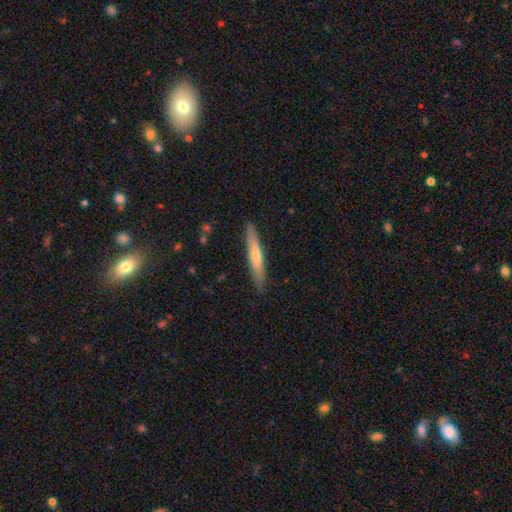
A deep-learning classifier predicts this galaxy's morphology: smooth_or_featured: smooth (p=0.50) [alt: featured or disk p=0.45]
merging: none (p=0.88) [alt: minor disturbance p=0.09]